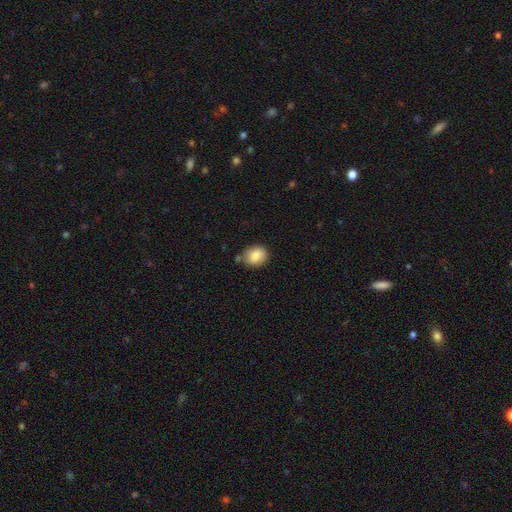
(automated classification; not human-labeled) Q: Smooth or featured?
A: smooth (84%); runner-up: star or artifact (8%)
Q: How rounded?
A: round (58%); runner-up: in between (41%)
Q: Merging?
A: none (76%); runner-up: minor disturbance (15%)